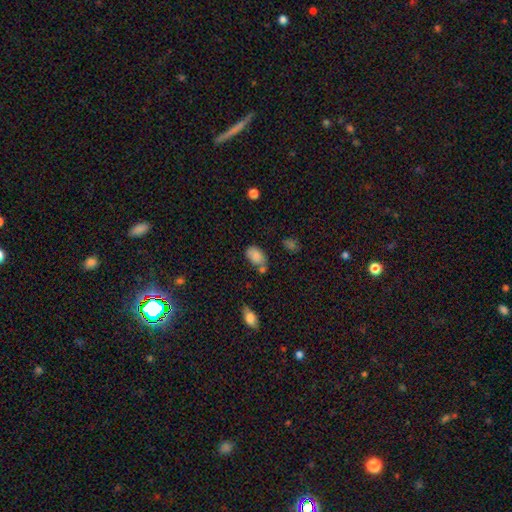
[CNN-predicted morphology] Smooth or featured? Predicted: smooth (p=0.83). How rounded? Predicted: in between (p=0.88). Merging? Predicted: none (p=0.49).